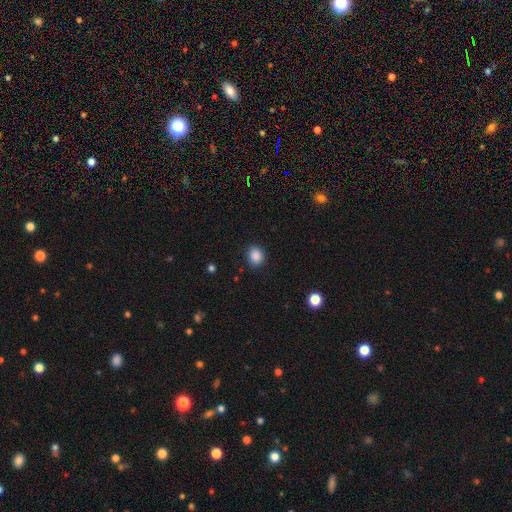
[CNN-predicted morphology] smooth 87%, star or artifact 10%, featured or disk 3%. Down the decision tree: how rounded — round (66%); merging — none (88%).